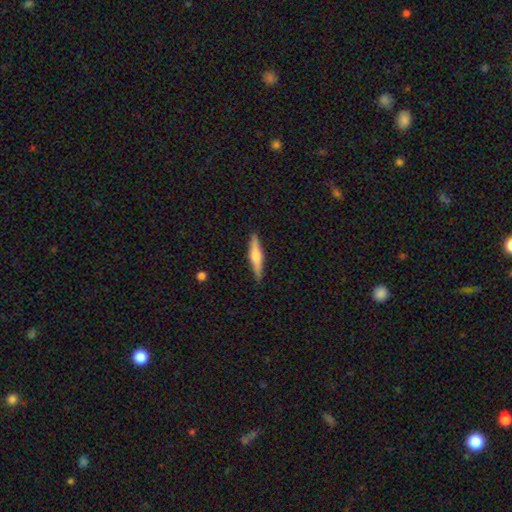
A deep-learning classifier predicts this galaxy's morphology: Smooth or featured?
  - featured or disk: 49% *
  - smooth: 45%
  - star or artifact: 6%
Merging?
  - none: 90% *
  - minor disturbance: 8%
  - major disturbance: 2%
  - merger: 1%